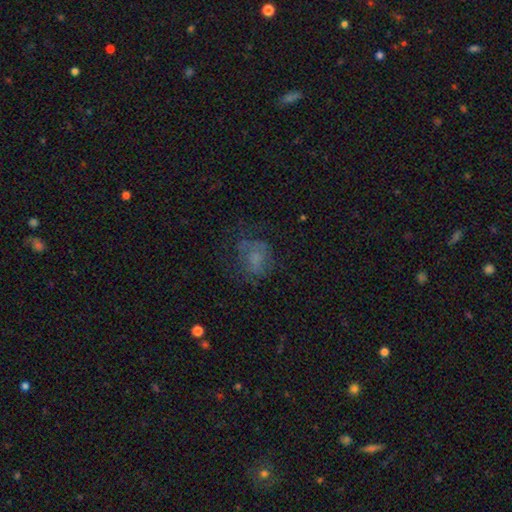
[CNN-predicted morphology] type=smooth (50%); roundness=round (56%); merging=none (53%).